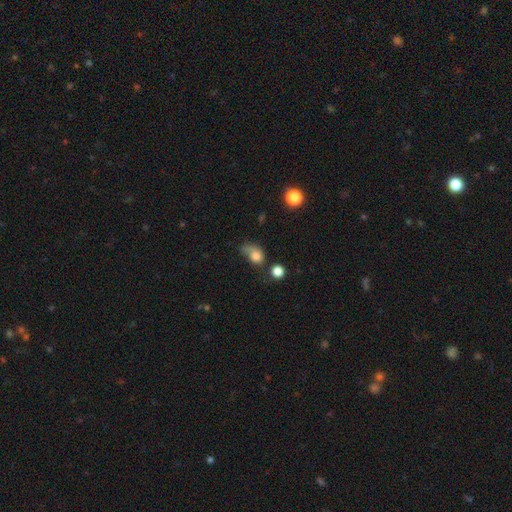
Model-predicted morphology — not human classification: smooth 76%, featured or disk 13%, star or artifact 11%. Down the decision tree: how rounded — in between (56%); merging — major disturbance (35%).